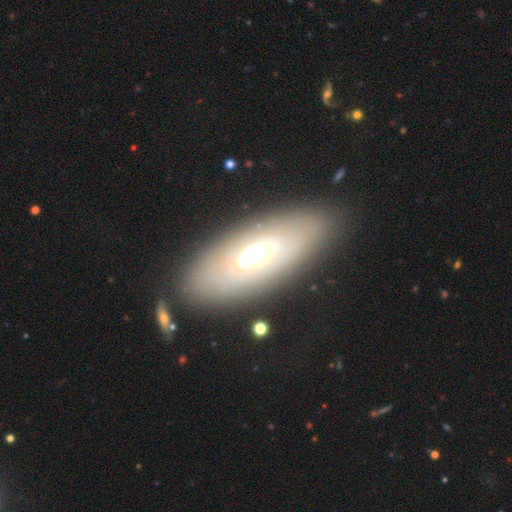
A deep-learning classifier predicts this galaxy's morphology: A featured or disk galaxy (53%). Merging: none (83%).